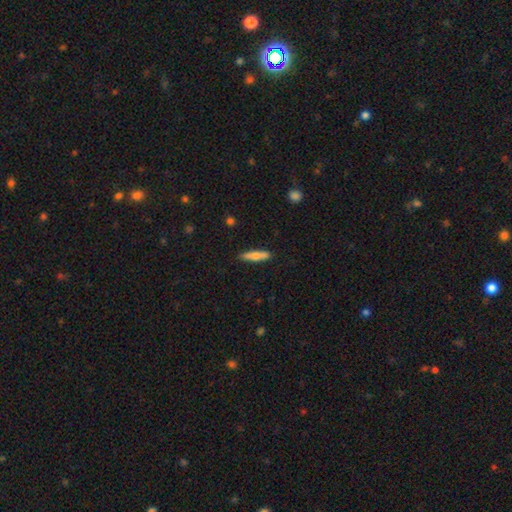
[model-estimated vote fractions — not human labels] Smooth or featured?
  - smooth: 66% *
  - featured or disk: 29%
  - star or artifact: 6%
How rounded?
  - cigar-shaped: 81% *
  - in between: 17%
  - round: 2%
Merging?
  - none: 87% *
  - minor disturbance: 9%
  - major disturbance: 2%
  - merger: 2%